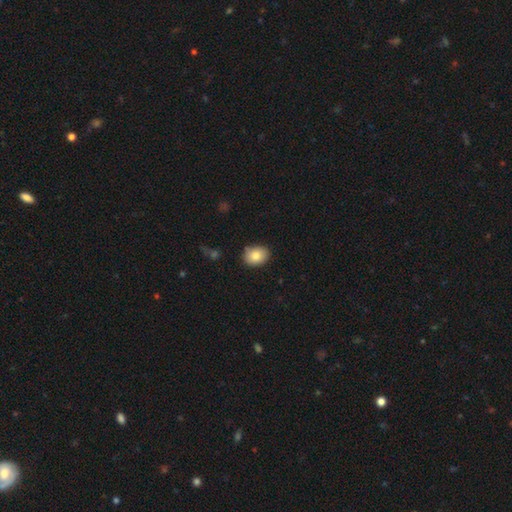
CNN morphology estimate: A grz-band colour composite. It shows a smooth galaxy with no disk features (83%) that is in between round and cigar-shaped (66%). Merging: none (83%).